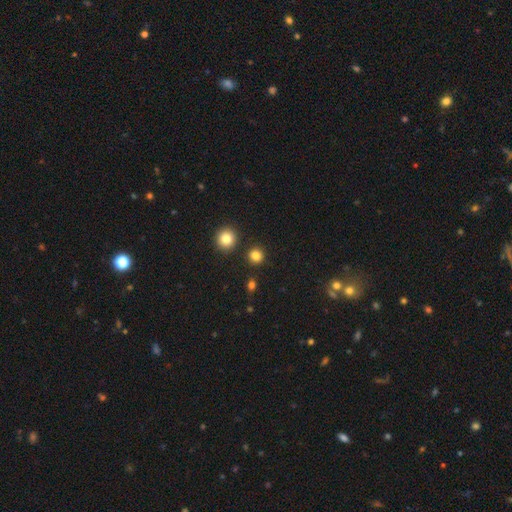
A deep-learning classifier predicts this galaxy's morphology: smooth 83%, star or artifact 13%, featured or disk 4%. Down the decision tree: how rounded — round (90%); merging — none (90%).